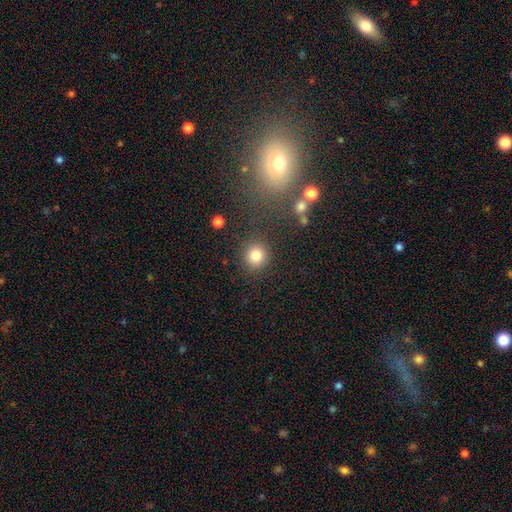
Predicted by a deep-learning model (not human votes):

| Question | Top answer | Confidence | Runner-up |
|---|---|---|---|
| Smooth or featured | smooth | 83% | star or artifact (11%) |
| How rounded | round | 89% | in between (10%) |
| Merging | none | 86% | minor disturbance (8%) |